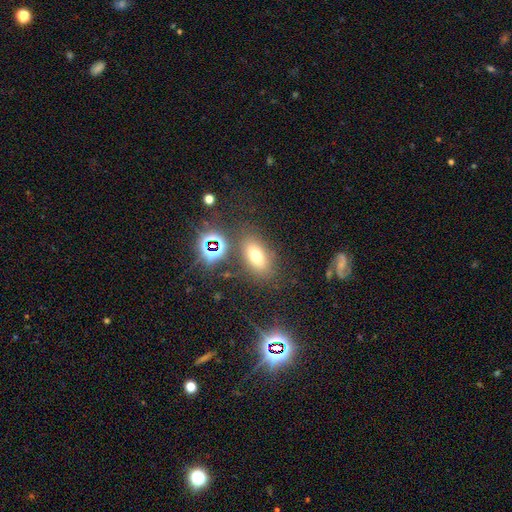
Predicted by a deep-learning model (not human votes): Morphology: type=smooth (63%); roundness=in between (78%); merging=none (77%).